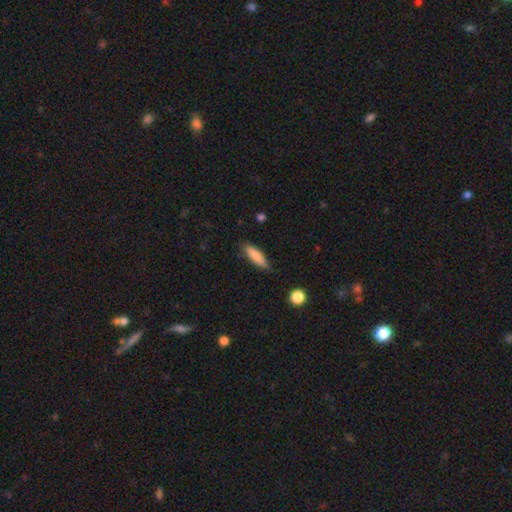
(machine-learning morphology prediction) A smooth galaxy with no disk features (84%) that is cigar-shaped (63%).

Vote fractions:
- Smooth or featured? smooth: 84% / featured or disk: 9% / star or artifact: 7%
- How rounded? cigar-shaped: 63% / in between: 35% / round: 2%
- Merging? none: 80% / minor disturbance: 15% / major disturbance: 3% / merger: 1%